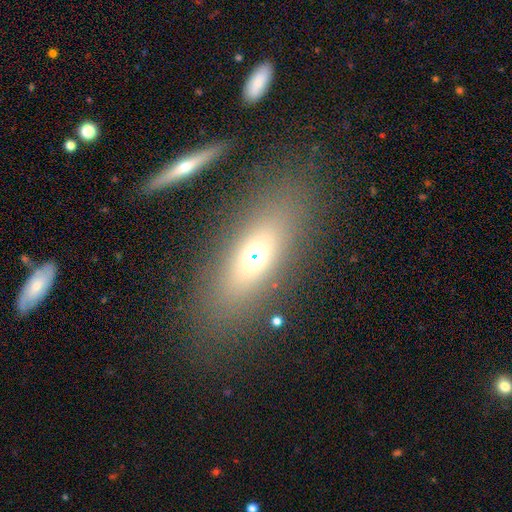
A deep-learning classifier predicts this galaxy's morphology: A smooth galaxy with no disk features (60%) that is in between round and cigar-shaped (66%). Merging: none (77%).